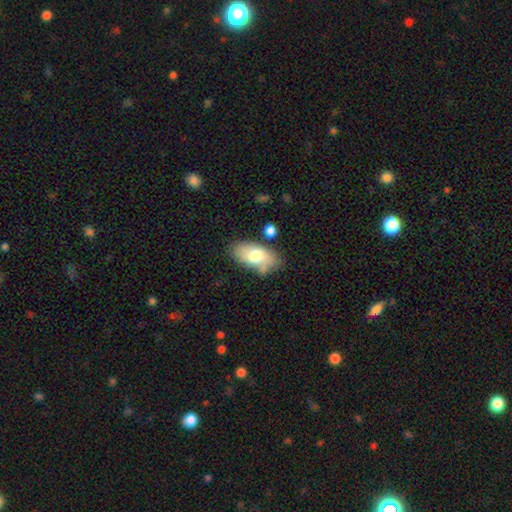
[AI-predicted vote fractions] smooth 73%, featured or disk 21%, star or artifact 7%. Down the decision tree: how rounded — in between (93%); merging — none (66%).